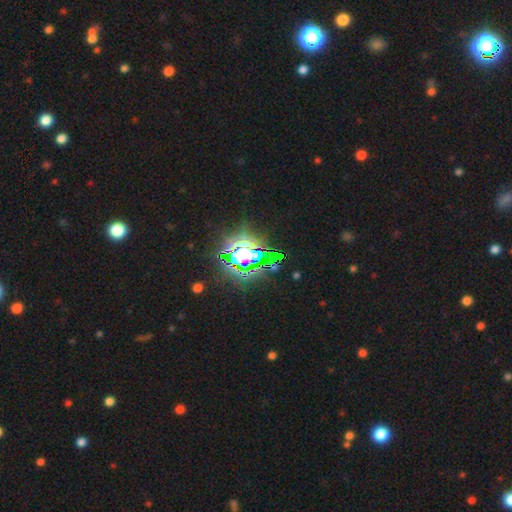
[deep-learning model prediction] Morphology: type=star or artifact (77%).